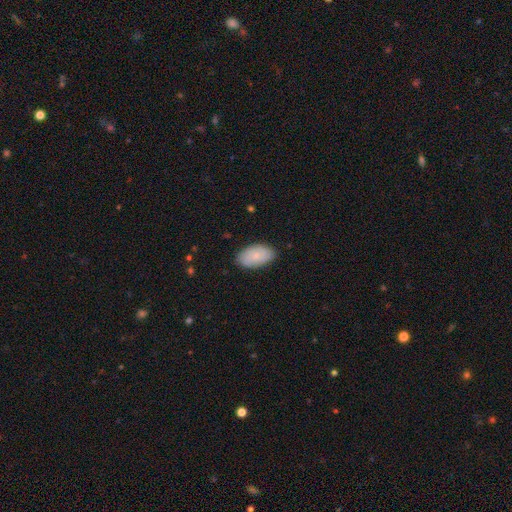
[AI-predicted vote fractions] This is clearly a smooth galaxy (83%). How rounded: clearly in between (95%). Merging: clearly none (85%).